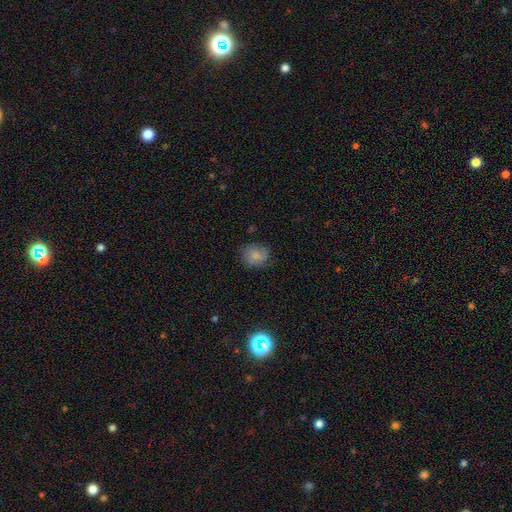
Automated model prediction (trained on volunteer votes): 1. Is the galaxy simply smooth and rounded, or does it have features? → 77% smooth, 14% featured or disk, 9% star or artifact.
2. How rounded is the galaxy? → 73% round, 26% in between, 1% cigar-shaped.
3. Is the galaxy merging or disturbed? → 70% none, 22% minor disturbance, 6% major disturbance, 1% merger.